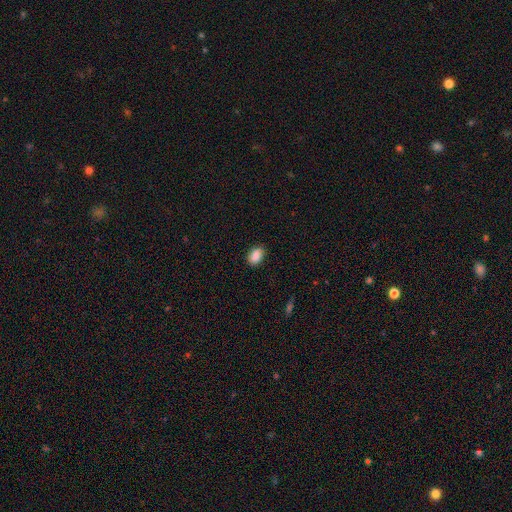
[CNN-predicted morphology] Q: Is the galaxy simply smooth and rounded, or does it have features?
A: smooth — 88%.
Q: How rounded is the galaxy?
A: in between — 84%.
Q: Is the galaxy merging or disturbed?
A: none — 85%.